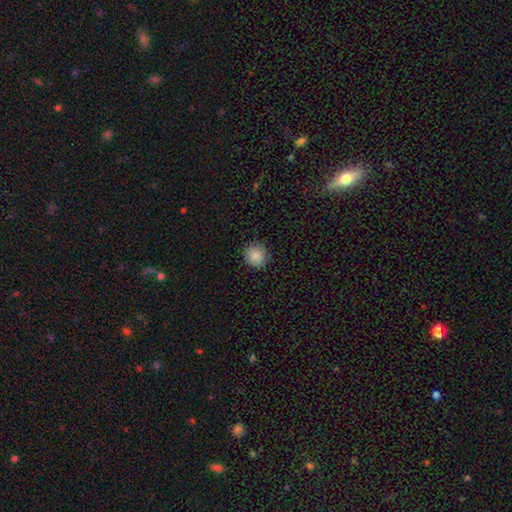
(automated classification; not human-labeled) The model was most divided on "smooth or featured": smooth: 86%, star or artifact: 9%, featured or disk: 5%. More confident: how rounded — round (89%); merging — none (88%).